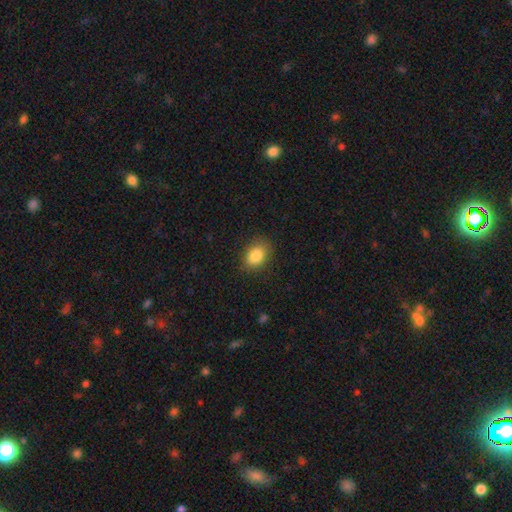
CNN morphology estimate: Overall: smooth (85%). How rounded: in between (77%). Merging: none (85%).